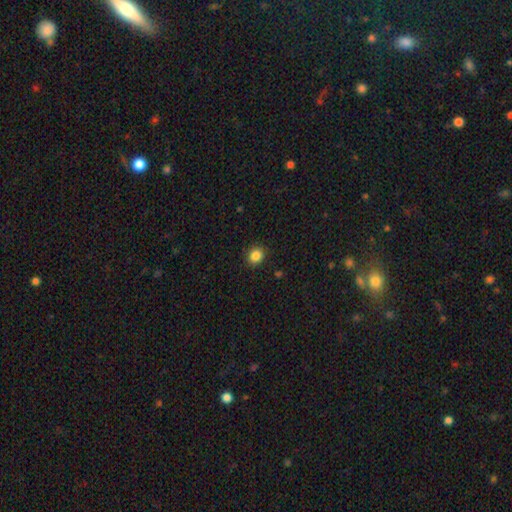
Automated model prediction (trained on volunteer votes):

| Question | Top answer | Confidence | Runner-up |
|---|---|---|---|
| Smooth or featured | smooth | 85% | star or artifact (11%) |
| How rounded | round | 75% | in between (24%) |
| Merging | none | 90% | minor disturbance (7%) |